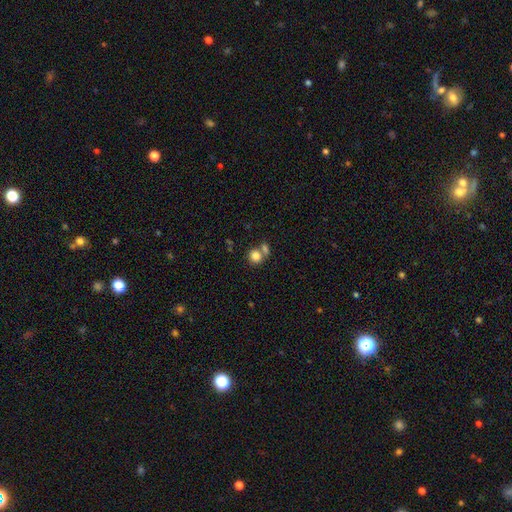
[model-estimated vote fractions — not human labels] This is clearly a smooth galaxy (82%). How rounded: likely round (78%). Merging: possibly none (50%).